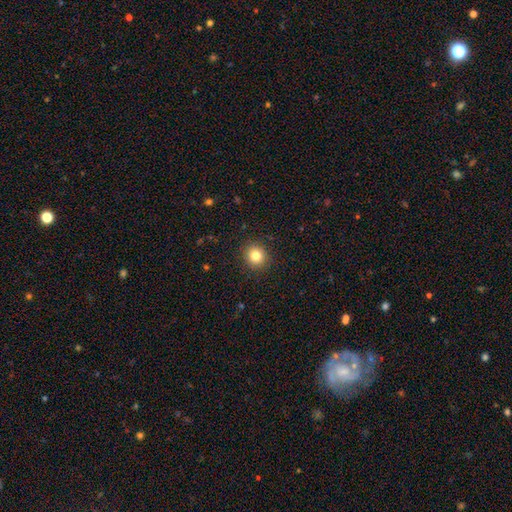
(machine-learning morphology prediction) type=smooth (83%); roundness=round (88%); merging=none (91%).